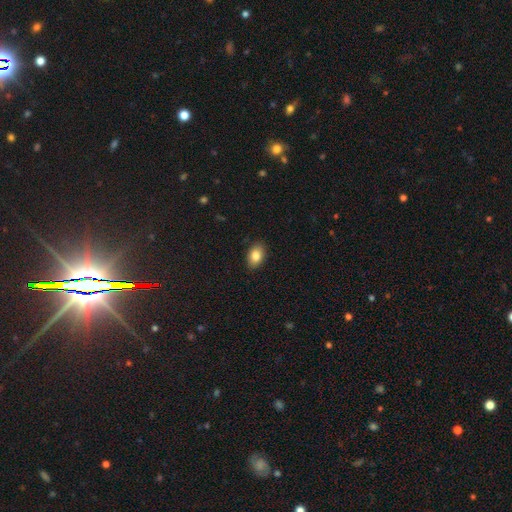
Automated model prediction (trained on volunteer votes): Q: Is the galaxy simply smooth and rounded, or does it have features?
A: smooth — 85%.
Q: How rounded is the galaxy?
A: in between — 87%.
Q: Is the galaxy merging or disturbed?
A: none — 88%.